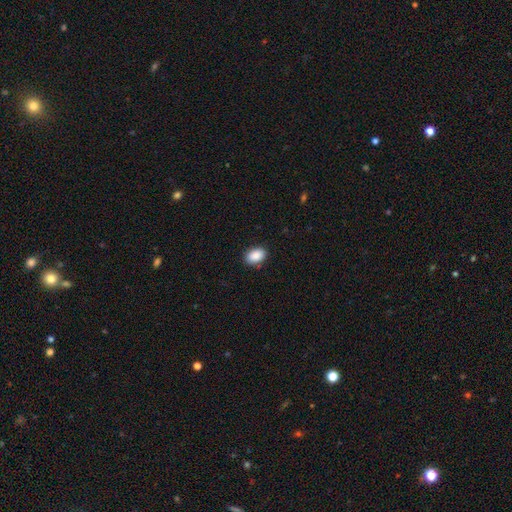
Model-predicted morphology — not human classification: Smooth or featured: smooth — 89% (star or artifact — 7%)
How rounded: in between — 85% (round — 14%)
Merging: none — 87% (minor disturbance — 10%)